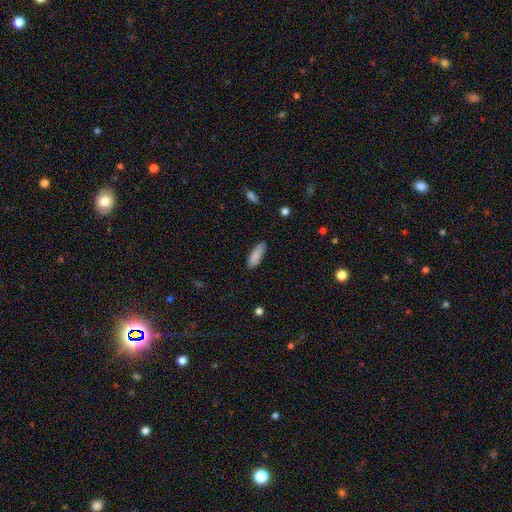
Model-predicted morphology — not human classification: smooth 87%, star or artifact 7%, featured or disk 6%. Down the decision tree: how rounded — in between (65%); merging — none (81%).